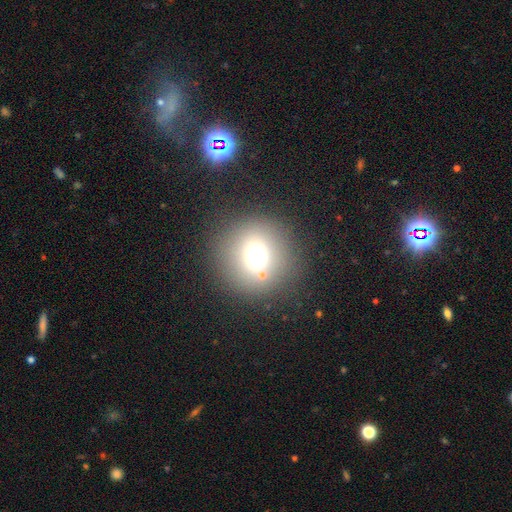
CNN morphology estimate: The model was most divided on "smooth or featured": smooth: 69%, star or artifact: 19%, featured or disk: 12%. More confident: how rounded — round (93%); merging — none (81%).